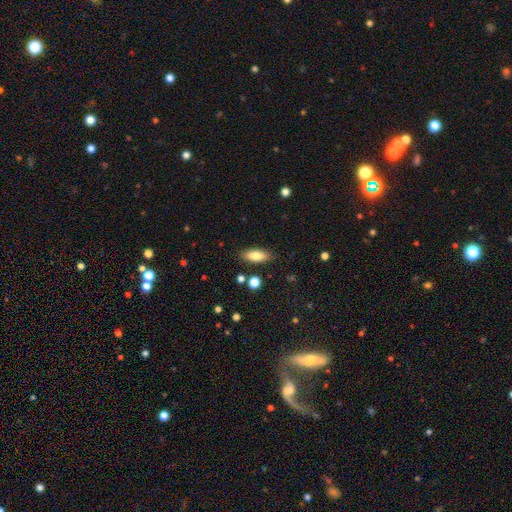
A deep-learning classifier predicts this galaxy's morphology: smooth 80%, featured or disk 12%, star or artifact 7%. Down the decision tree: how rounded — in between (73%); merging — none (85%).